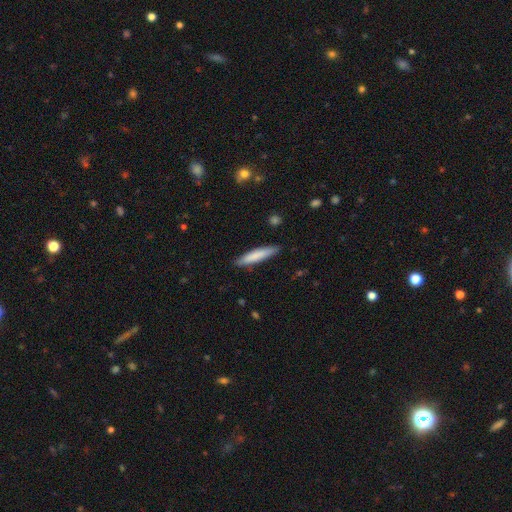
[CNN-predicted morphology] Smooth or featured? Predicted: smooth (p=0.80). How rounded? Predicted: cigar-shaped (p=0.89). Merging? Predicted: none (p=0.88).